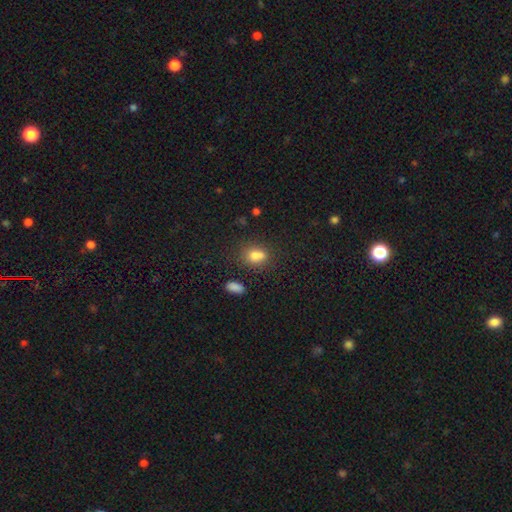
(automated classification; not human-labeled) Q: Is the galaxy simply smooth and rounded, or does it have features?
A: smooth — 77%.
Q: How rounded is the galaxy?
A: in between — 57%.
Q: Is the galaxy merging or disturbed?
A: none — 52%.